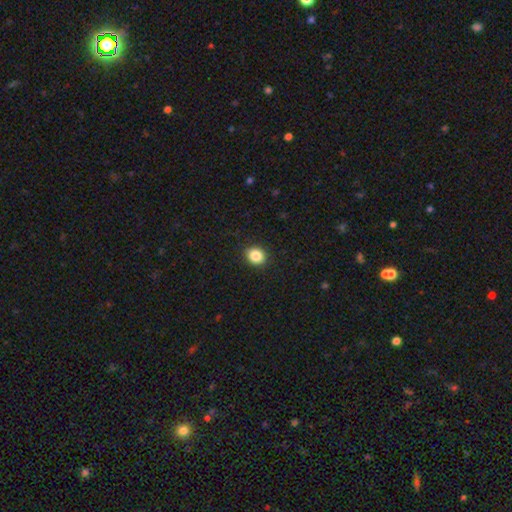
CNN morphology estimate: smooth_or_featured: smooth (p=0.86) [alt: star or artifact p=0.09]
how_rounded: round (p=0.58) [alt: in between p=0.41]
merging: none (p=0.90) [alt: minor disturbance p=0.07]